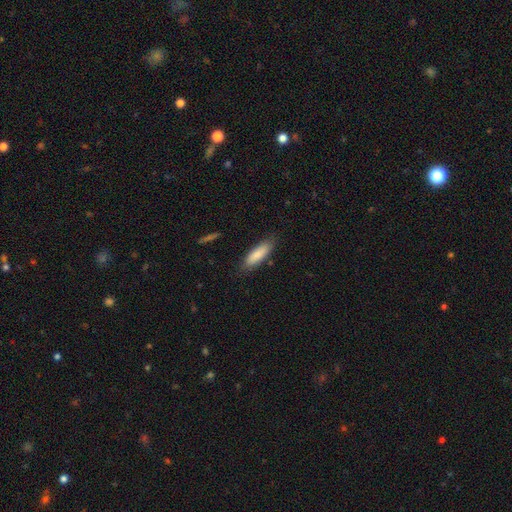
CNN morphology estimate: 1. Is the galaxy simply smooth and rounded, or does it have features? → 84% smooth, 10% featured or disk, 6% star or artifact.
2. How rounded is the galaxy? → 54% cigar-shaped, 44% in between, 1% round.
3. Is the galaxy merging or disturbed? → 82% none, 14% minor disturbance, 3% major disturbance, 1% merger.